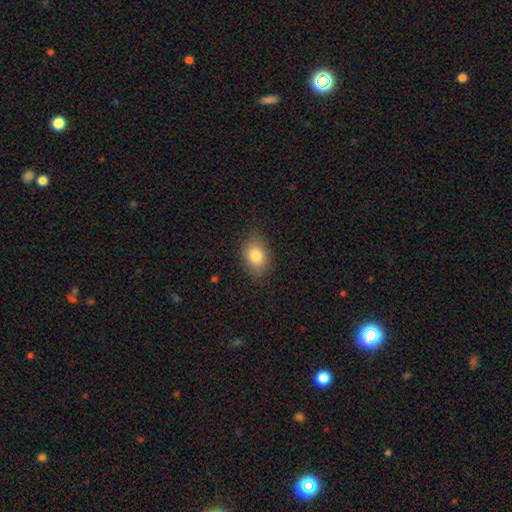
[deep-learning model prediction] A smooth galaxy with no disk features (81%) that is in between round and cigar-shaped (73%). Merging: none (83%).